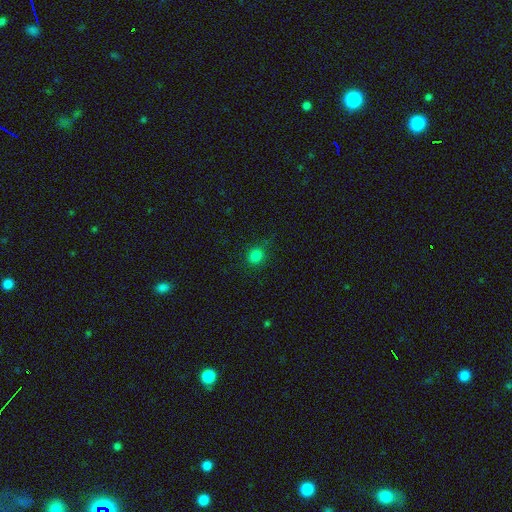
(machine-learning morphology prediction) Smooth or featured: smooth — 82% (star or artifact — 15%)
How rounded: round — 78% (in between — 21%)
Merging: none — 84% (minor disturbance — 11%)